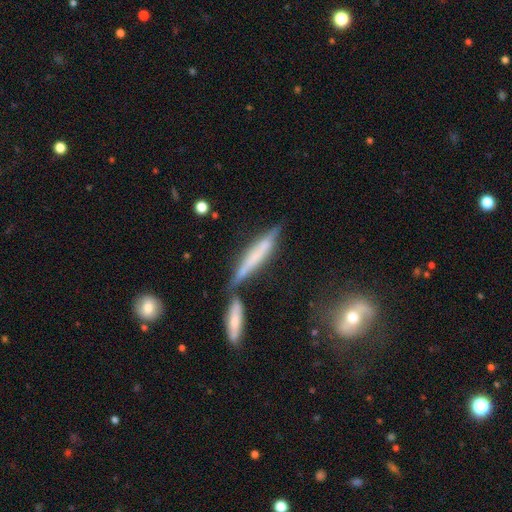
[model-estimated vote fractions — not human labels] Smooth or featured: featured or disk — 48% (smooth — 43%)
Merging: none — 55% (merger — 22%)